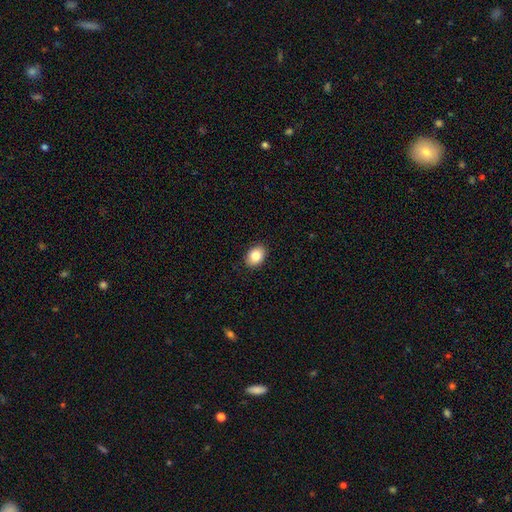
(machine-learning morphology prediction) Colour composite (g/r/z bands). It shows a smooth galaxy with no disk features (85%) that is in between round and cigar-shaped (73%). Merging: none (89%).